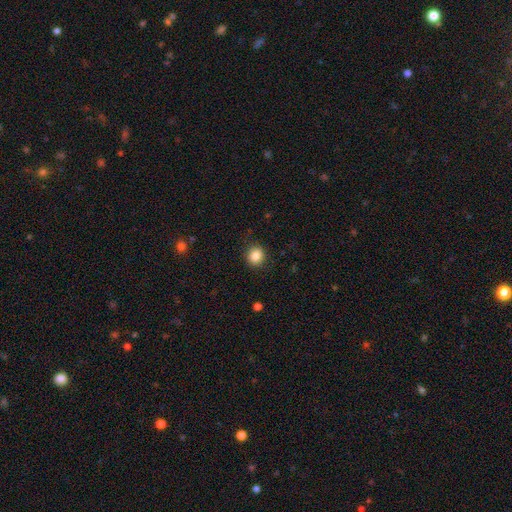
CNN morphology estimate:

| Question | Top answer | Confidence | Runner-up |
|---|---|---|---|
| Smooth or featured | smooth | 85% | star or artifact (10%) |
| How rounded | round | 84% | in between (15%) |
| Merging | none | 89% | minor disturbance (7%) |